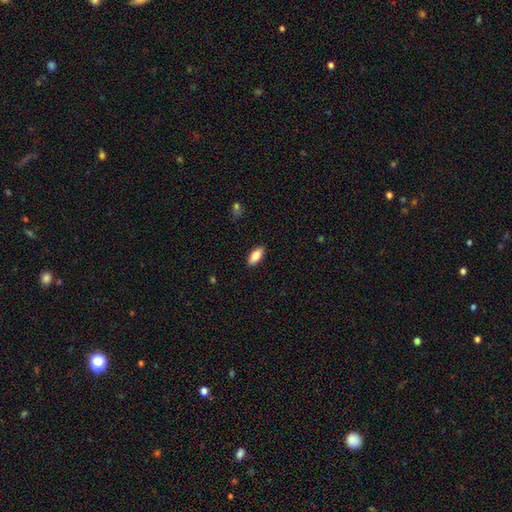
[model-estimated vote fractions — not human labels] The model was most divided on "how rounded": in between: 85%, cigar-shaped: 13%, round: 2%. More confident: merging — none (88%); smooth or featured — smooth (83%).